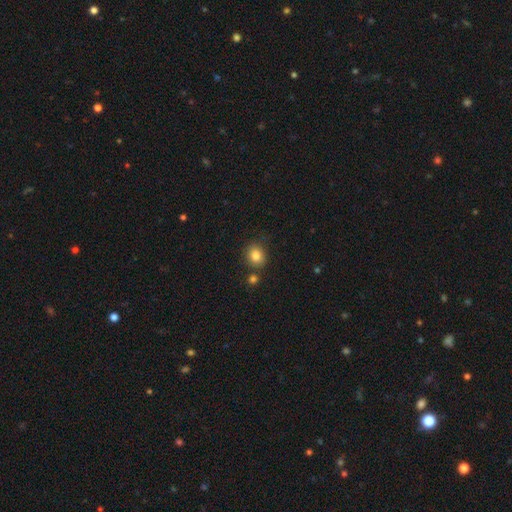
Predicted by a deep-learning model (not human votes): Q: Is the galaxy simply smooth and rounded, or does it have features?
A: smooth — 84%.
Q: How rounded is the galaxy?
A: round — 77%.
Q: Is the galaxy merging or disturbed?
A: none — 79%.